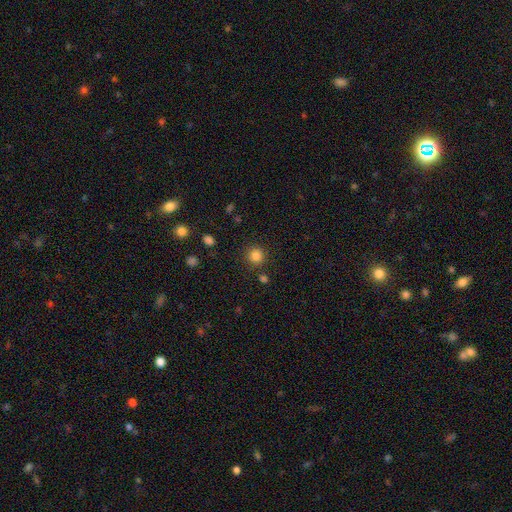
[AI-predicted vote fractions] Smooth or featured? Predicted: smooth (p=0.84). How rounded? Predicted: round (p=0.93). Merging? Predicted: none (p=0.87).